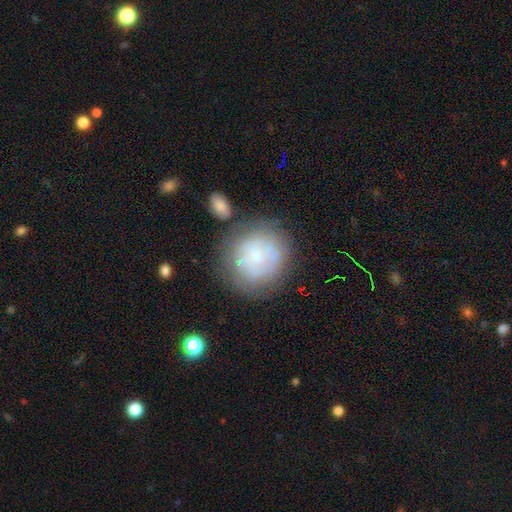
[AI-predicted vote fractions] Smooth or featured? smooth (53%)
How rounded? round (88%)
Merging? none (63%)